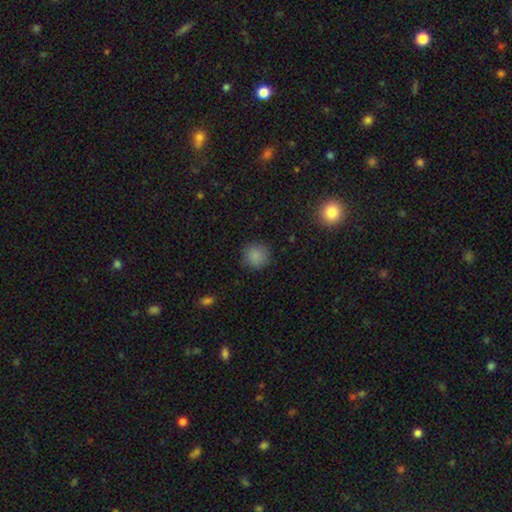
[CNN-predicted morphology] Smooth or featured? smooth (85%)
How rounded? round (92%)
Merging? none (87%)